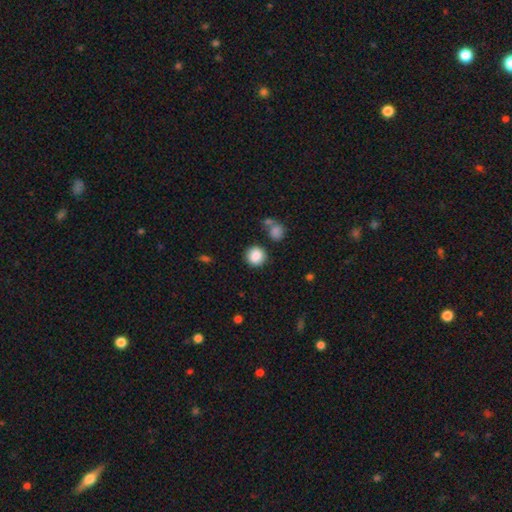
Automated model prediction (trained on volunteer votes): smooth_or_featured: smooth (p=0.87) [alt: star or artifact p=0.09]
how_rounded: round (p=0.92) [alt: in between p=0.07]
merging: none (p=0.84) [alt: minor disturbance p=0.08]